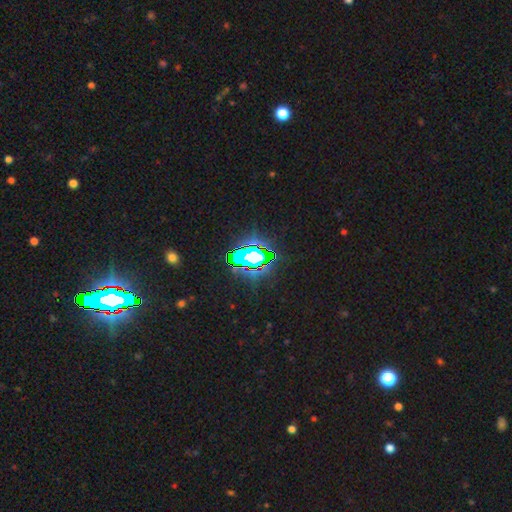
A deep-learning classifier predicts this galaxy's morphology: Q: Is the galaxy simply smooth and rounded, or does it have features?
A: star or artifact — 73%.